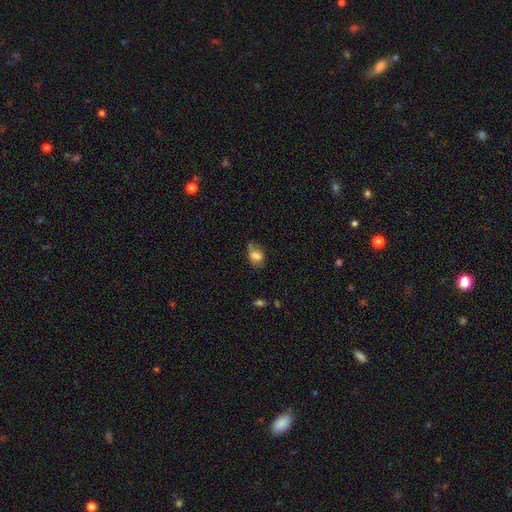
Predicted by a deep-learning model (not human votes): Morphology: type=smooth (78%); roundness=in between (71%); merging=none (49%).